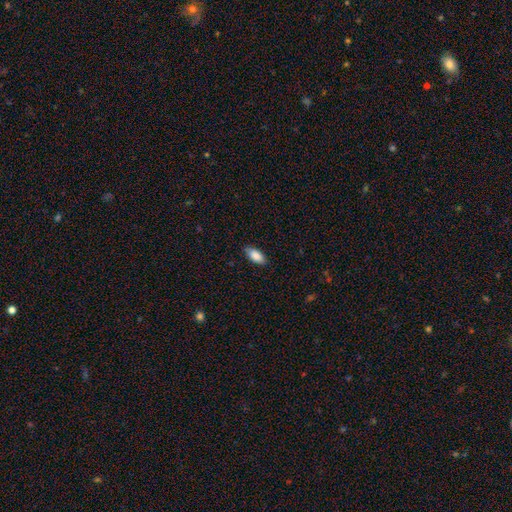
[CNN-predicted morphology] A smooth galaxy with no disk features (87%) that is in between round and cigar-shaped (89%). Merging: none (84%).